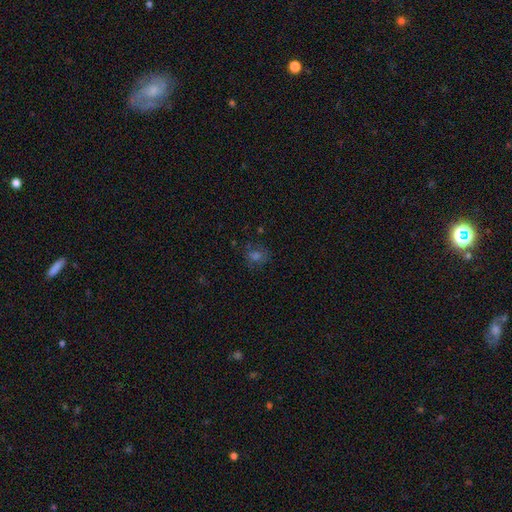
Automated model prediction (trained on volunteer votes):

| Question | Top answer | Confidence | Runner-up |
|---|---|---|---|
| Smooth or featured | smooth | 52% | star or artifact (31%) |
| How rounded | round | 68% | in between (30%) |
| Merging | none | 74% | minor disturbance (15%) |